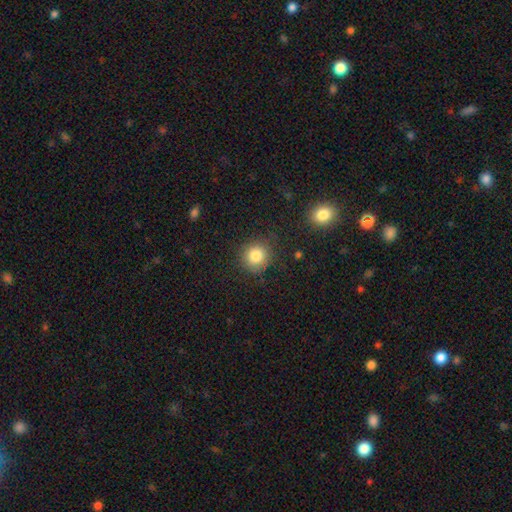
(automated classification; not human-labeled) Overall: smooth (83%). How rounded: round (90%). Merging: none (84%).